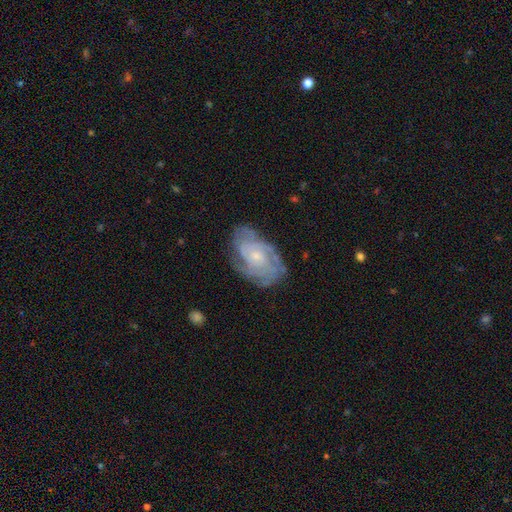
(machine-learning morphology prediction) A featured or disk galaxy (80%) with no bar (71%), tight (65%) spiral arms (94%) and a small central bulge (67%).

Vote fractions:
- Smooth or featured? featured or disk: 80% / smooth: 13% / star or artifact: 7%
- Edge-on disk? no: 96% / yes: 4%
- Bar? no: 71% / weak: 25% / strong: 4%
- Spiral arms? yes: 94% / no: 6%
- Spiral winding? tight: 65% / medium: 29% / loose: 7%
- Spiral arm count? can't tell: 34% / 3: 21% / 2: 19% / 4: 15% / more than 4: 6% / 1: 5%
- Bulge size? small: 67% / moderate: 27% / none: 4% / large: 1% / dominant: 1%
- Merging? none: 74% / minor disturbance: 19% / major disturbance: 6% / merger: 1%